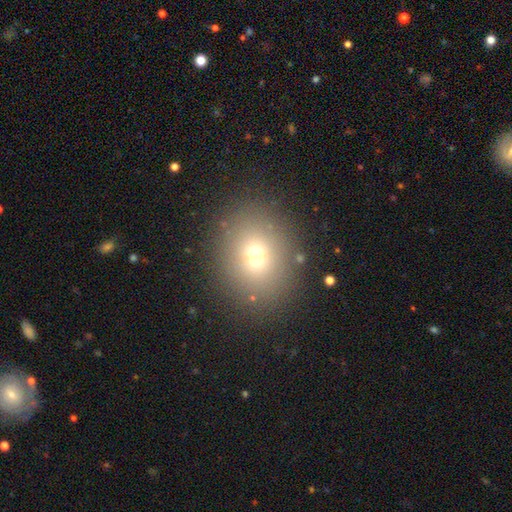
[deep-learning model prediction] smooth_or_featured: smooth (p=0.68) [alt: star or artifact p=0.18]
how_rounded: round (p=0.59) [alt: in between p=0.40]
merging: none (p=0.84) [alt: minor disturbance p=0.09]